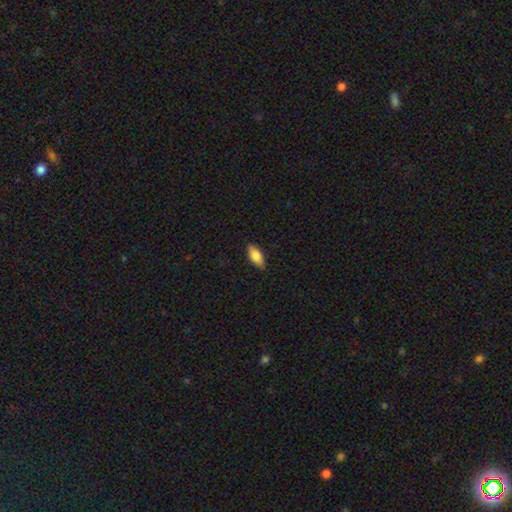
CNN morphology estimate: Overall: smooth (81%). How rounded: in between (83%). Merging: none (87%).